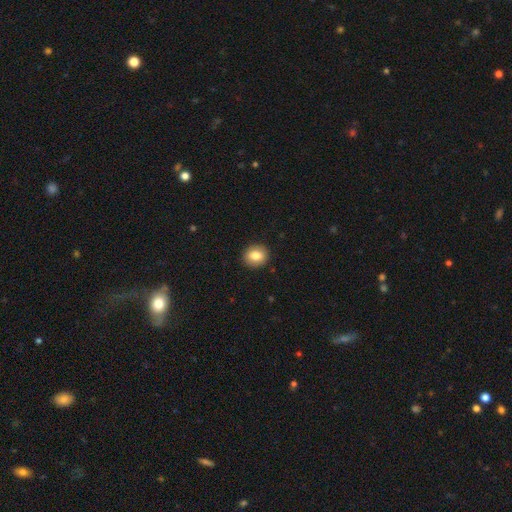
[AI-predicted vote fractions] This is clearly a smooth galaxy (81%). How rounded: likely round (73%). Merging: clearly none (91%).